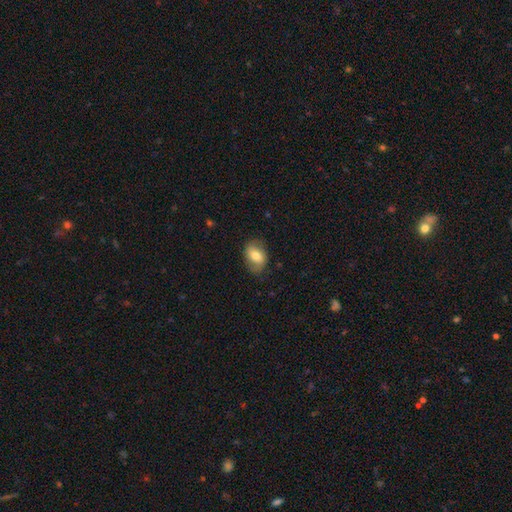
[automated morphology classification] The model was most divided on "smooth or featured": smooth: 64%, featured or disk: 28%, star or artifact: 7%. More confident: how rounded — in between (77%); merging — none (75%).